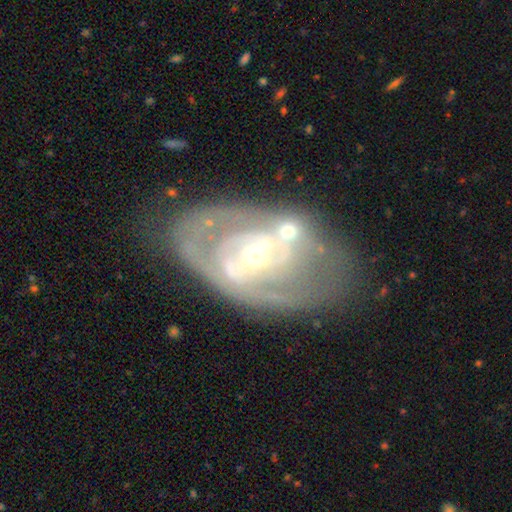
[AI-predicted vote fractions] Smooth or featured? Predicted: featured or disk (p=0.82). Edge-on disk? Predicted: no (p=0.95). Bar? Predicted: no (p=0.45). Spiral arms? Predicted: yes (p=0.71). Spiral winding? Predicted: tight (p=0.55). Spiral arm count? Predicted: 2 (p=0.44). Bulge size? Predicted: small (p=0.55). Merging? Predicted: none (p=0.60).